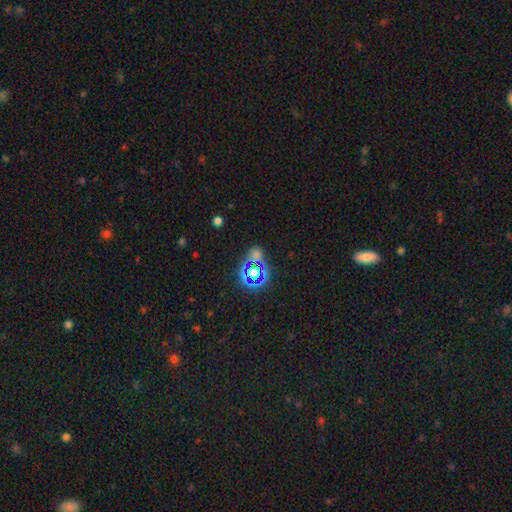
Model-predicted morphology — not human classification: Overall: star or artifact (64%; smooth 27%).